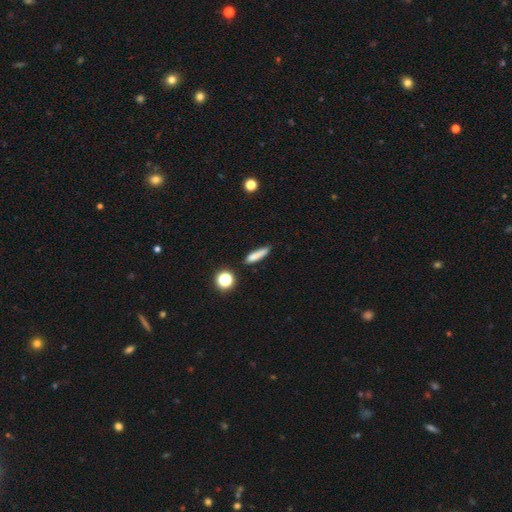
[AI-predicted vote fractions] Smooth or featured? smooth (79%)
How rounded? cigar-shaped (79%)
Merging? none (74%)